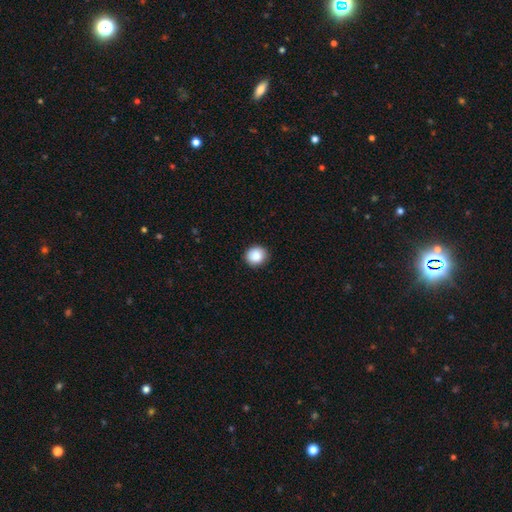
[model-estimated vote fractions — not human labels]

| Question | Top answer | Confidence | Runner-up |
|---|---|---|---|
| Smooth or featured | smooth | 88% | star or artifact (8%) |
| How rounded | round | 89% | in between (10%) |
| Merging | none | 89% | minor disturbance (8%) |